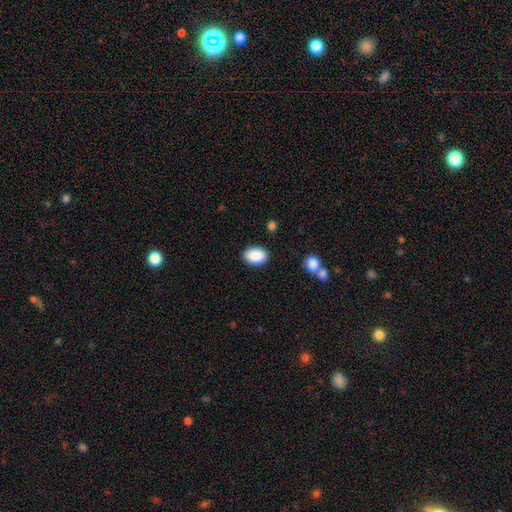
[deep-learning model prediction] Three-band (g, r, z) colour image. It shows a smooth galaxy with no disk features (89%) that is in between round and cigar-shaped (86%). Merging: none (87%).